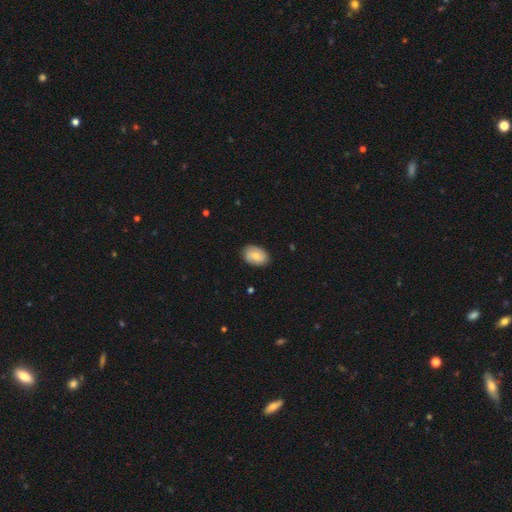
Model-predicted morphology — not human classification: type=smooth (75%); roundness=in between (84%); merging=none (85%).